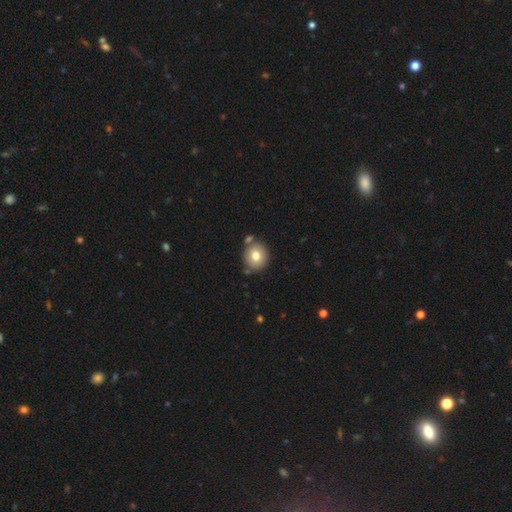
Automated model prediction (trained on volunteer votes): Morphology: type=smooth (75%); roundness=round (83%); merging=none (74%).